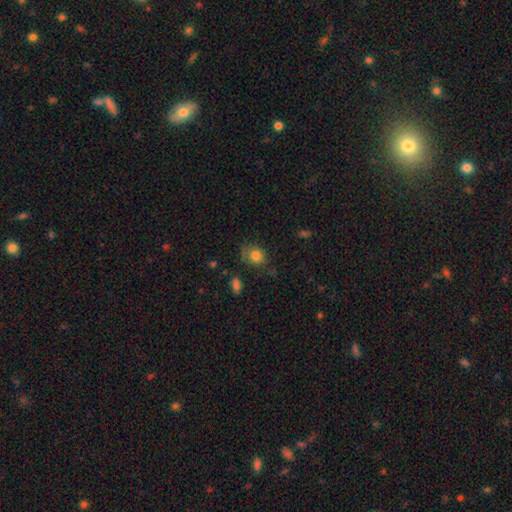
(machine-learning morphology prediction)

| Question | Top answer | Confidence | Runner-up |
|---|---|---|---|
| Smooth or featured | smooth | 80% | star or artifact (10%) |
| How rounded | round | 60% | in between (39%) |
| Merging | none | 60% | minor disturbance (27%) |